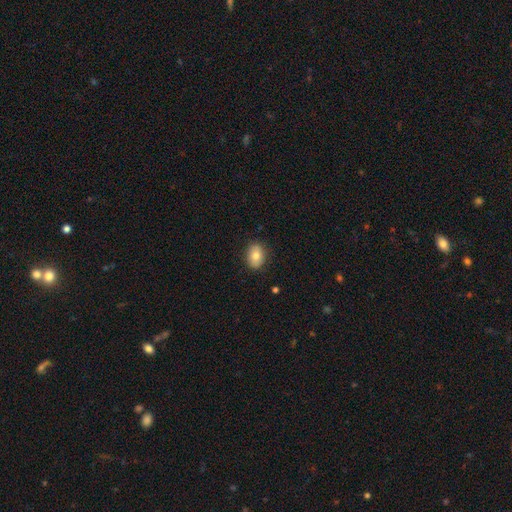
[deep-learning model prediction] A smooth galaxy with no disk features (80%) that is in between round and cigar-shaped (71%). Merging: none (87%).